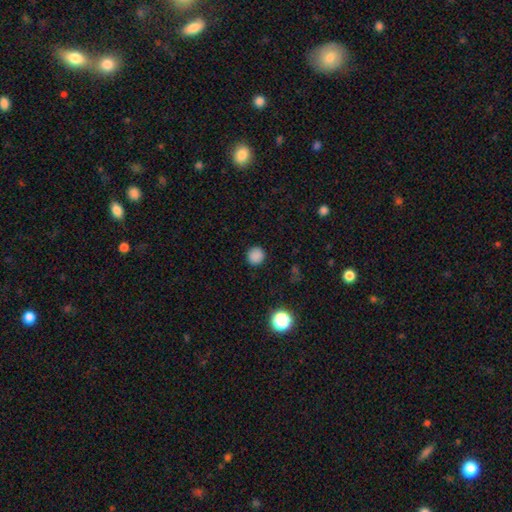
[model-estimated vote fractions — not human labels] A smooth galaxy with no disk features (85%) that is round (92%). Merging: none (90%).